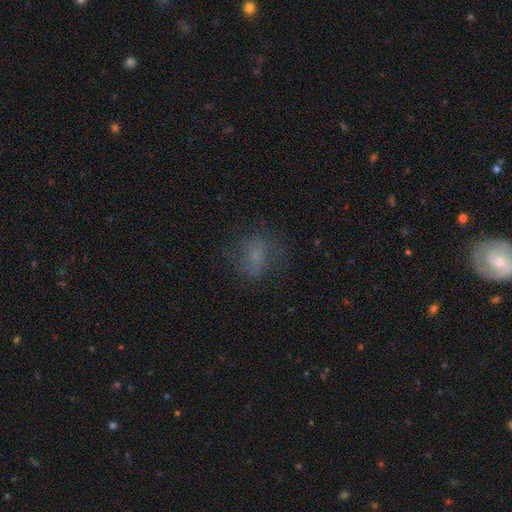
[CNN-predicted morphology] type=smooth (58%); roundness=round (49%); merging=none (64%).